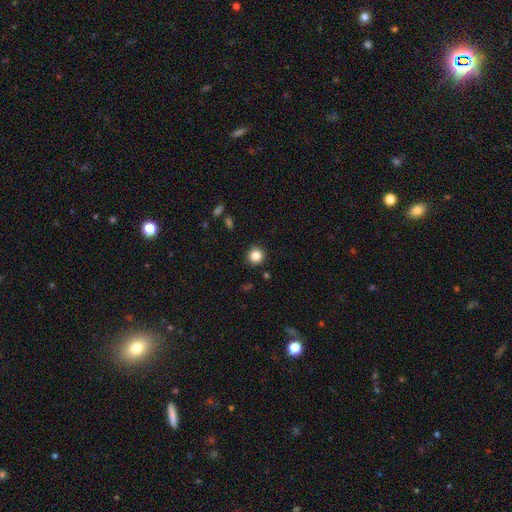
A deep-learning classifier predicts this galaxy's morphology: This appears to be a smooth galaxy with no disk features (84%) that is round (94%). Merging: none (91%).